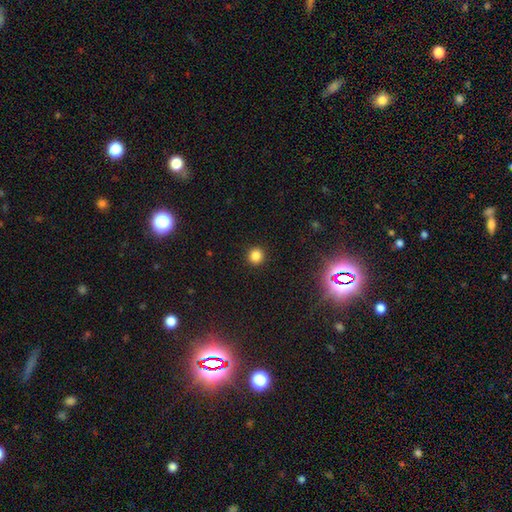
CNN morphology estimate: The model was most divided on "smooth or featured": smooth: 83%, star or artifact: 13%, featured or disk: 4%. More confident: how rounded — round (93%); merging — none (92%).